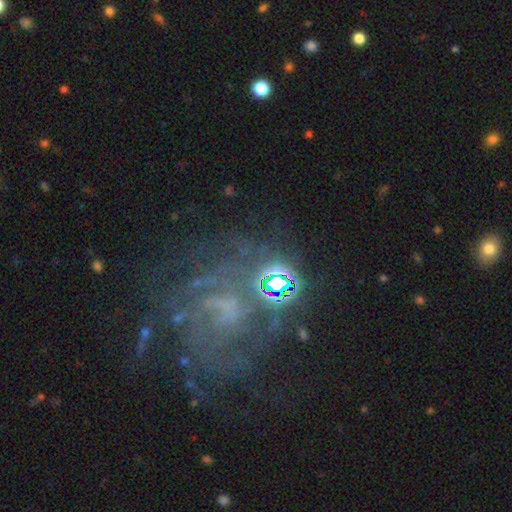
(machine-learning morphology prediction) This is likely a featured or disk galaxy (65%). It is clearly not viewed edge-on (97%). Bar: possibly no (56%). Spiral arm pattern: clearly yes (80%). Spiral arm count: possibly can't tell (46%). Spiral winding: possibly tight (49%). Central bulge: marginally small (45%). Merging: likely none (61%).